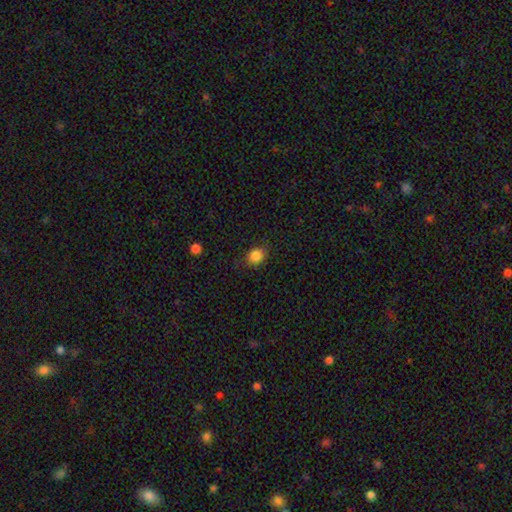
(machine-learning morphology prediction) type=smooth (85%); roundness=round (67%); merging=none (81%).